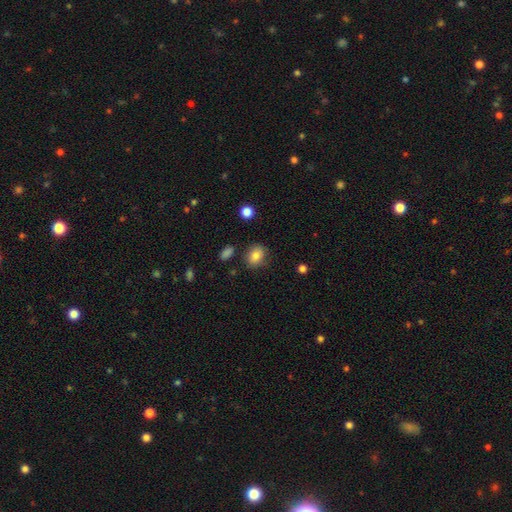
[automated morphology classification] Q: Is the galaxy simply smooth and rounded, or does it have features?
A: smooth — 82%.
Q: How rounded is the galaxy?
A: round — 51%.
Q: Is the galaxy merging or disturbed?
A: none — 79%.